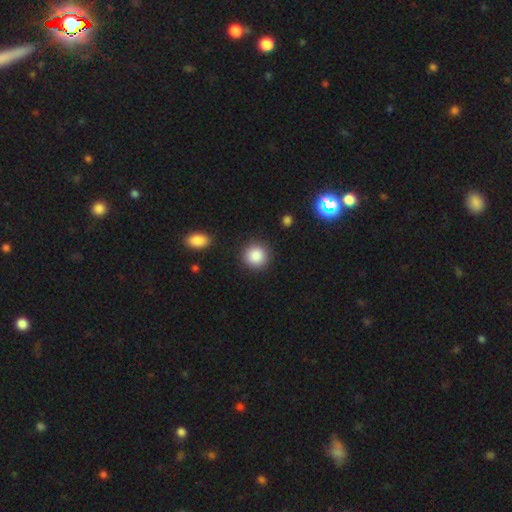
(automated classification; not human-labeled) This is clearly a smooth galaxy (88%). How rounded: clearly round (93%). Merging: clearly none (89%).